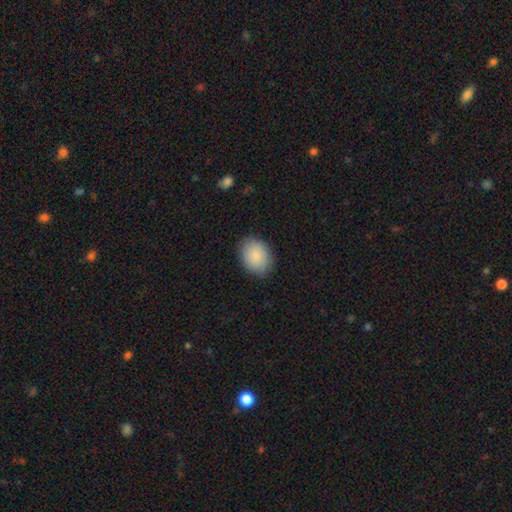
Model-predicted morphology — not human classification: smooth-or-featured: smooth: 87% | star or artifact: 7% | featured or disk: 6%
  how-rounded: in between: 60% | round: 39% | cigar-shaped: 1%
  merging: none: 86% | minor disturbance: 11% | major disturbance: 2% | merger: 1%